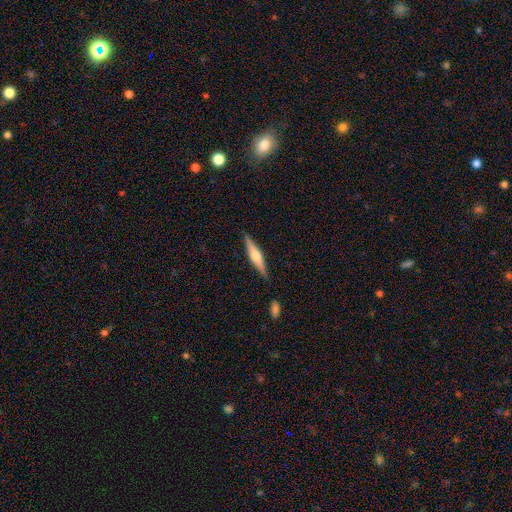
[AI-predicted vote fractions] smooth_or_featured: featured or disk (p=0.63) [alt: smooth p=0.31]
disk_edge_on: yes (p=0.97) [alt: no p=0.03]
edge_on_bulge: rounded (p=0.84) [alt: boxy p=0.11]
merging: none (p=0.88) [alt: minor disturbance p=0.08]